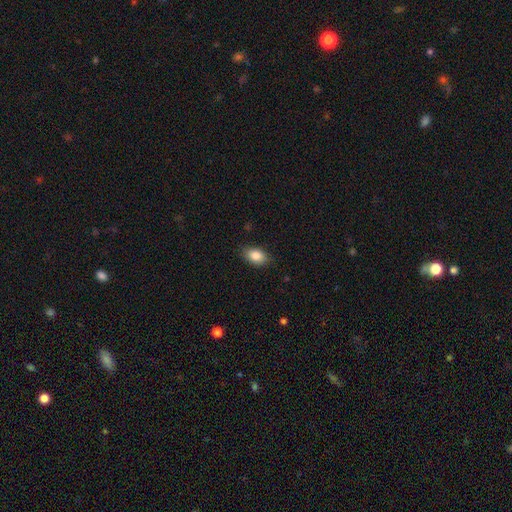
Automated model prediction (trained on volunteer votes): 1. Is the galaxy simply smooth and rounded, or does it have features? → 86% smooth, 8% star or artifact, 7% featured or disk.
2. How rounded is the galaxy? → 88% in between, 10% round, 2% cigar-shaped.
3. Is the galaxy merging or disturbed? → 85% none, 11% minor disturbance, 2% major disturbance, 1% merger.